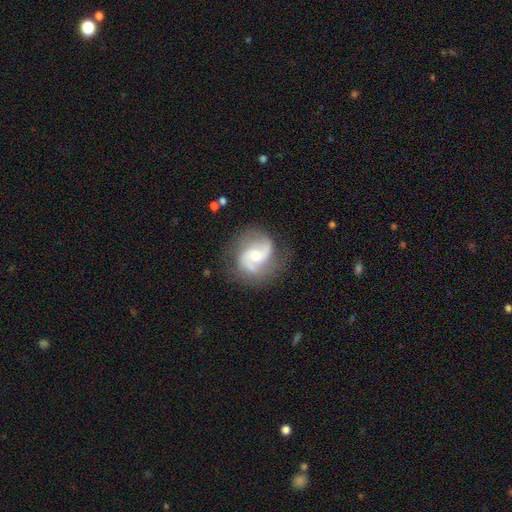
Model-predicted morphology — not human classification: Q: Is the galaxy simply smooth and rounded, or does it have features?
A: featured or disk — 84%.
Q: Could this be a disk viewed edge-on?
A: no — 98%.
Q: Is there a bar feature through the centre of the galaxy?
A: no — 51%.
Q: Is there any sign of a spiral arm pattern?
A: yes — 96%.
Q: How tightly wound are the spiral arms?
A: medium — 49%.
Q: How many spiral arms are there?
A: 2 — 84%.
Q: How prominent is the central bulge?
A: moderate — 62%.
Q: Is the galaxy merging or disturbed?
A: none — 74%.